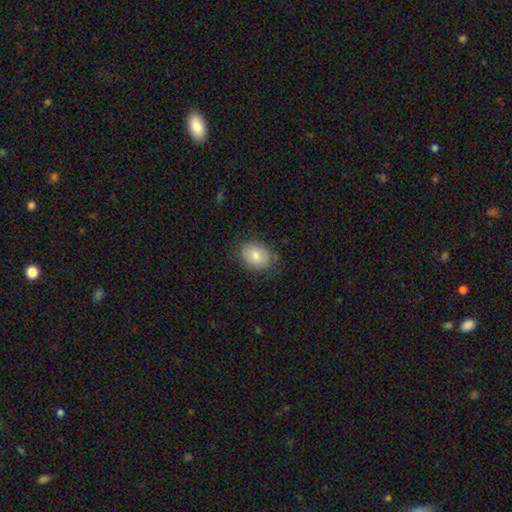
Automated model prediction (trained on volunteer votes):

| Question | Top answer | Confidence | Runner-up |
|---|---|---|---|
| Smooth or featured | smooth | 80% | featured or disk (13%) |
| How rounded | in between | 66% | round (33%) |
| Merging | none | 79% | minor disturbance (16%) |